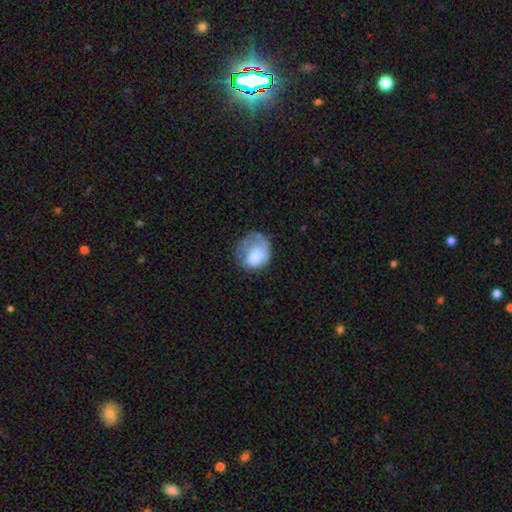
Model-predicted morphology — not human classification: Smooth or featured?
  - smooth: 69% *
  - featured or disk: 23%
  - star or artifact: 8%
How rounded?
  - round: 68% *
  - in between: 31%
  - cigar-shaped: 1%
Merging?
  - none: 37% *
  - major disturbance: 31%
  - minor disturbance: 30%
  - merger: 2%